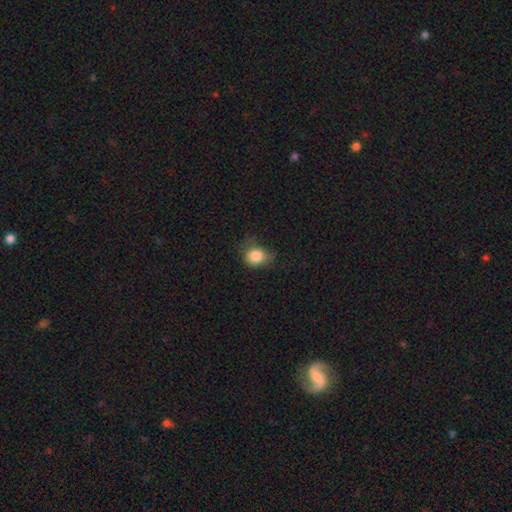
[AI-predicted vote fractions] This appears to be a smooth galaxy with no disk features (83%) that is round (68%). Merging: none (52%).